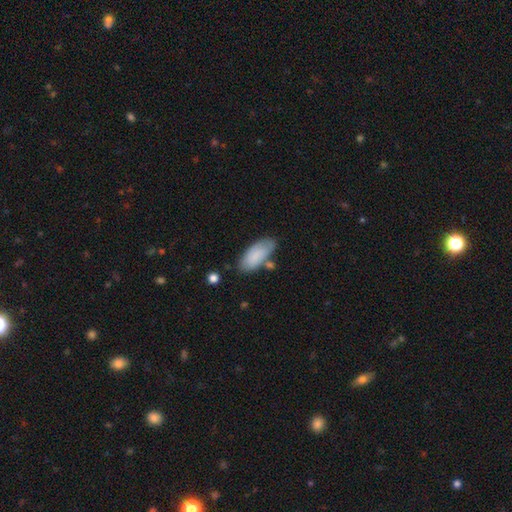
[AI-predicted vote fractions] Smooth or featured: smooth — 82% (featured or disk — 12%)
How rounded: in between — 88% (cigar-shaped — 10%)
Merging: none — 68% (minor disturbance — 19%)